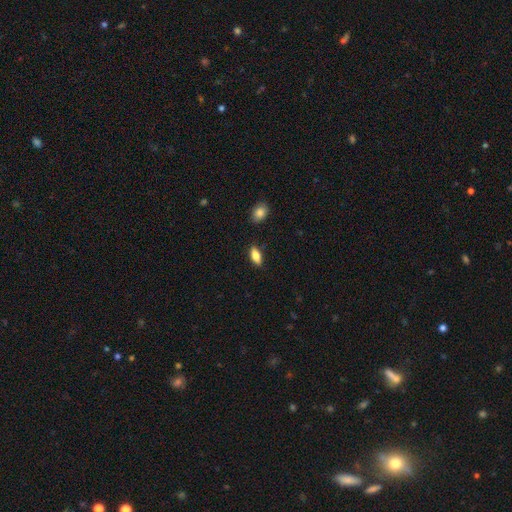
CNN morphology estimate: smooth 74%, featured or disk 19%, star or artifact 7%. Down the decision tree: how rounded — in between (81%); merging — none (86%).